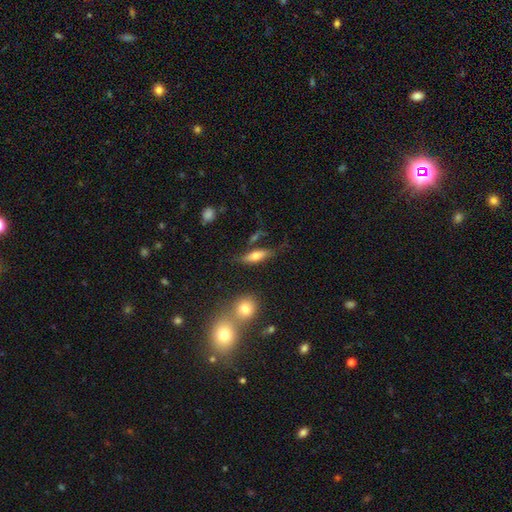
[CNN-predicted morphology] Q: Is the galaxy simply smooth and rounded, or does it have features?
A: smooth — 63%.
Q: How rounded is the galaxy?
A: in between — 51%.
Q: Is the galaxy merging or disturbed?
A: none — 68%.